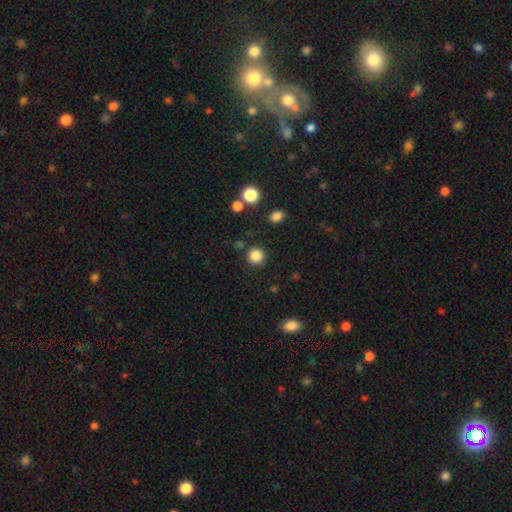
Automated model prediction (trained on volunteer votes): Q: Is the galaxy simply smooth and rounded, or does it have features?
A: smooth — 85%.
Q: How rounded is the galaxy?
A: round — 94%.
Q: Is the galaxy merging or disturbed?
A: none — 89%.